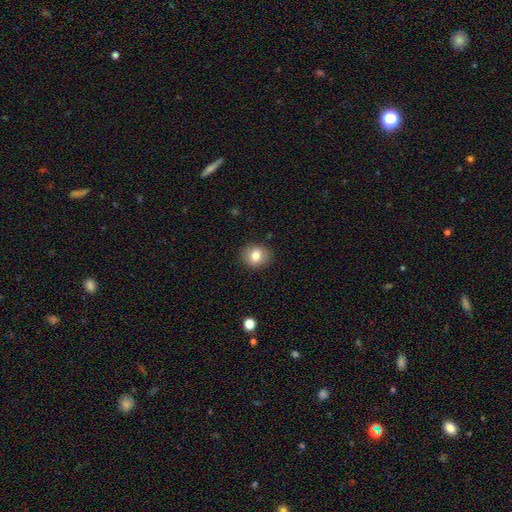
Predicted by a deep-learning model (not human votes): Morphology: type=smooth (80%); roundness=round (66%); merging=none (88%).